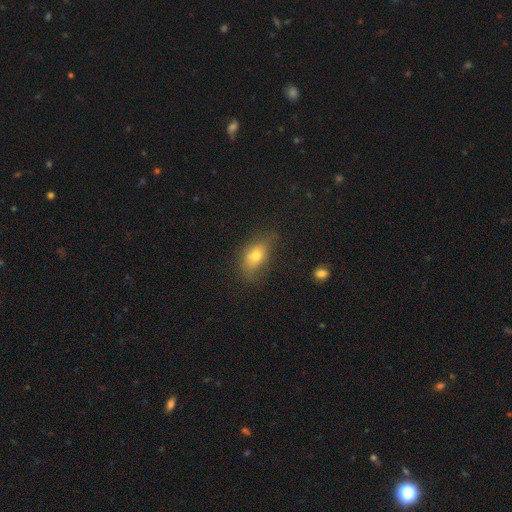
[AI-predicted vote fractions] smooth-or-featured: smooth: 69% | featured or disk: 19% | star or artifact: 12%
  how-rounded: in between: 81% | round: 12% | cigar-shaped: 6%
  merging: none: 64% | minor disturbance: 25% | major disturbance: 9% | merger: 2%